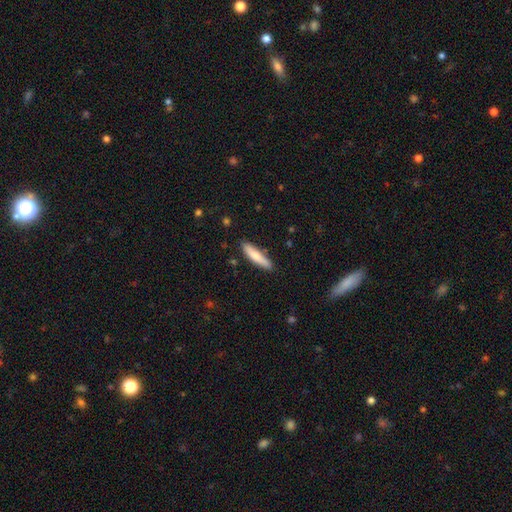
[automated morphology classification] smooth-or-featured: smooth: 72% | featured or disk: 22% | star or artifact: 6%
  how-rounded: cigar-shaped: 78% | in between: 20% | round: 1%
  merging: none: 85% | minor disturbance: 11% | merger: 2% | major disturbance: 2%